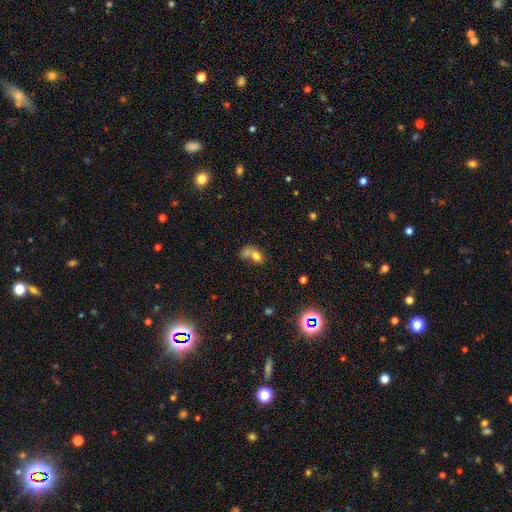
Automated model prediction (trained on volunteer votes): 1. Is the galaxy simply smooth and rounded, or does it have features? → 72% smooth, 15% featured or disk, 13% star or artifact.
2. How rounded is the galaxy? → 62% in between, 36% round, 2% cigar-shaped.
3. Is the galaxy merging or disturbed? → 55% merger, 24% none, 11% major disturbance, 10% minor disturbance.